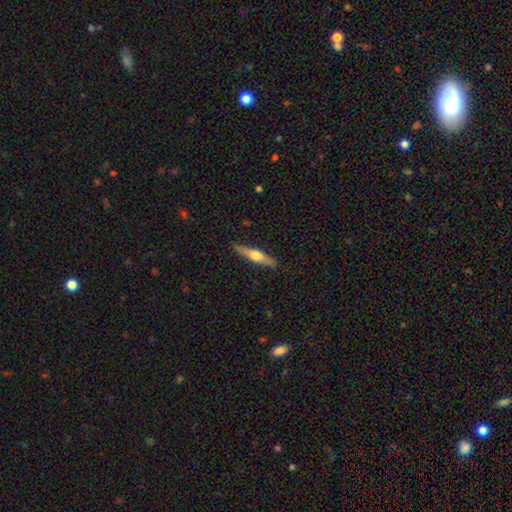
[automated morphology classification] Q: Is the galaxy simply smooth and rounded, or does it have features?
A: featured or disk — 56%.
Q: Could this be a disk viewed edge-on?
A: yes — 95%.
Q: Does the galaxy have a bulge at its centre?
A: rounded — 93%.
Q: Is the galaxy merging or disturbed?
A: none — 88%.